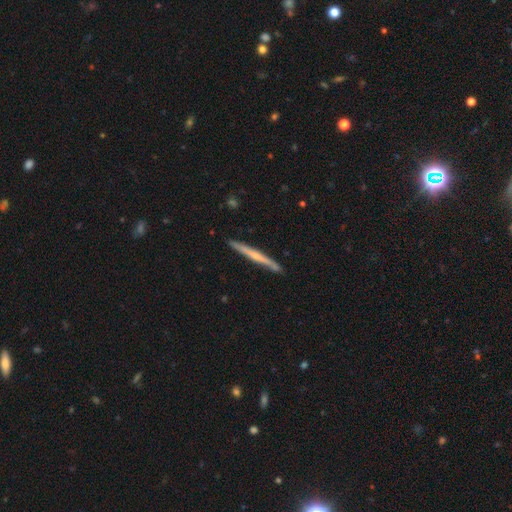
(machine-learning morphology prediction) type=featured or disk (60%); edge-on=yes (96%); edge-on bulge=rounded (48%); merging=none (89%).